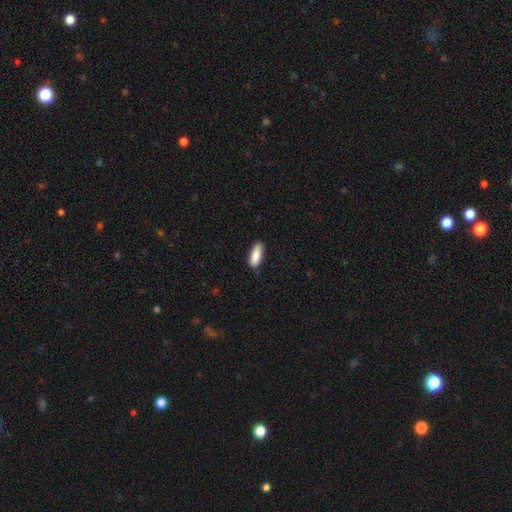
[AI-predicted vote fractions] A smooth galaxy with no disk features (88%) that is in between round and cigar-shaped (72%). Merging: none (78%).